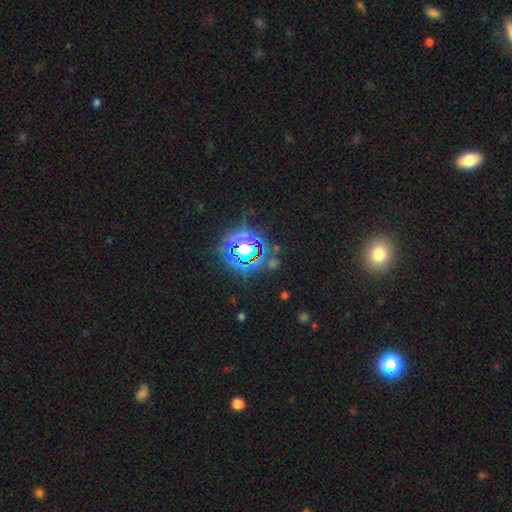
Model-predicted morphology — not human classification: A star or artifact, not a galaxy (80%).